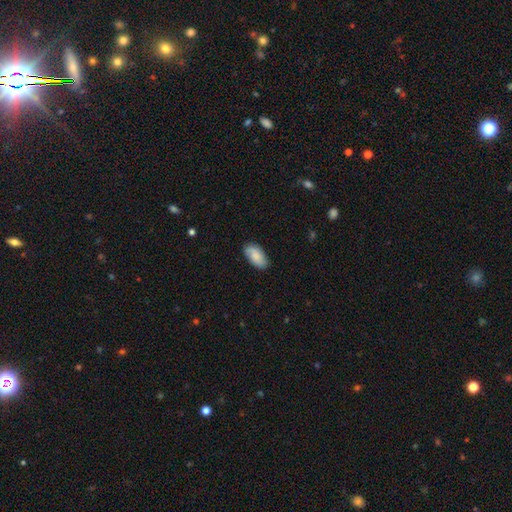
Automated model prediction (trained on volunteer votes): A smooth galaxy with no disk features (79%) that is in between round and cigar-shaped (94%). Merging: none (81%).